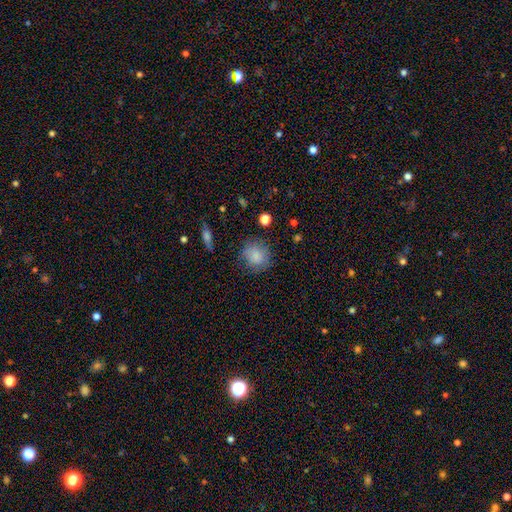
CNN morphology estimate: Smooth or featured? smooth (81%)
How rounded? round (80%)
Merging? none (71%)